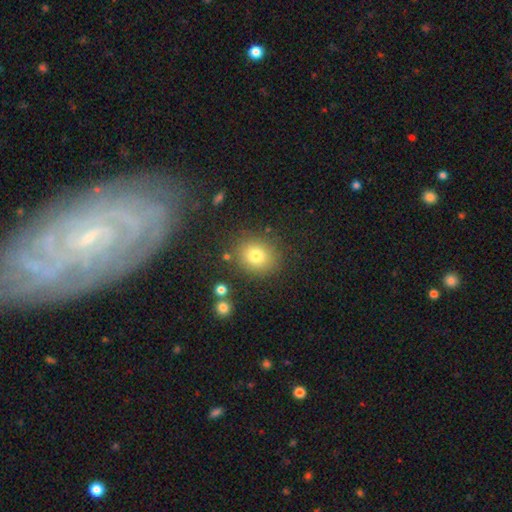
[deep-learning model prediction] smooth_or_featured: smooth (p=0.77) [alt: star or artifact p=0.13]
how_rounded: round (p=0.72) [alt: in between p=0.27]
merging: none (p=0.82) [alt: minor disturbance p=0.10]